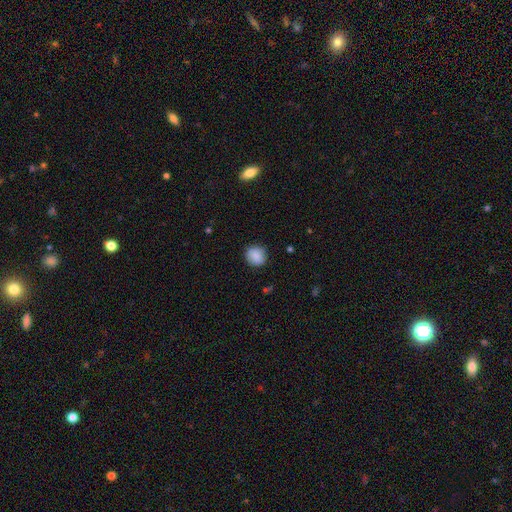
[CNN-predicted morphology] Smooth or featured? smooth (86%)
How rounded? round (86%)
Merging? none (86%)